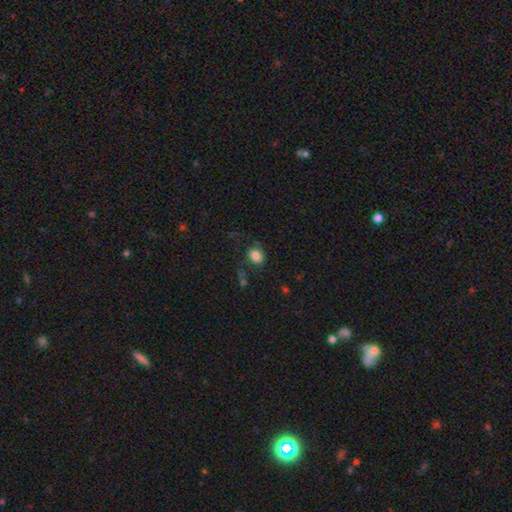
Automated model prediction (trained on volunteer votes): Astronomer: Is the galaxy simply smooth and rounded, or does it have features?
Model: smooth — 80%.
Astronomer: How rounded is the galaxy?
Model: round — 59% (runner-up: in between, 40%).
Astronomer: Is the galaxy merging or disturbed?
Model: none — 63%.